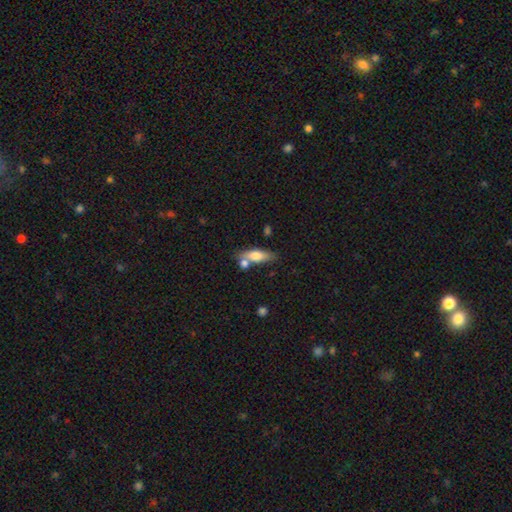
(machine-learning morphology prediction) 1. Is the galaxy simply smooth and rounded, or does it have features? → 64% smooth, 29% featured or disk, 7% star or artifact.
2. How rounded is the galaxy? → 57% in between, 39% cigar-shaped, 4% round.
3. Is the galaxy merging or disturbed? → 59% none, 22% merger, 14% minor disturbance, 4% major disturbance.